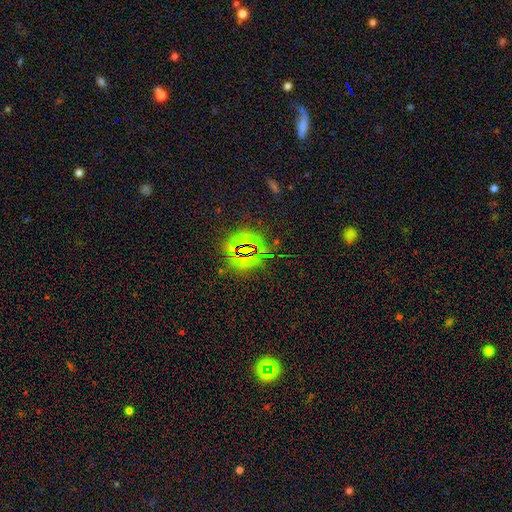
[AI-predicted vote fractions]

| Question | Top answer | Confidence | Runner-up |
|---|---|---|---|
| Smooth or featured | star or artifact | 78% | smooth (14%) |